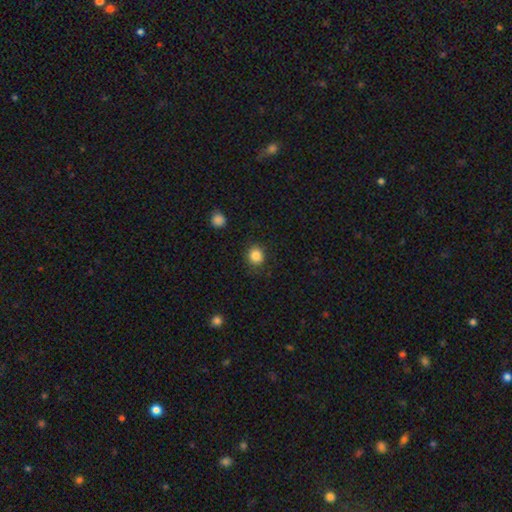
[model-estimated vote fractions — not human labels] Smooth or featured? Predicted: smooth (p=0.85). How rounded? Predicted: round (p=0.85). Merging? Predicted: none (p=0.87).